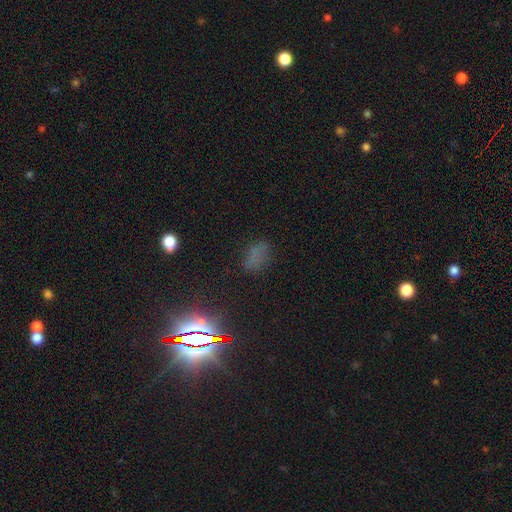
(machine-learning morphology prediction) Q: Smooth or featured?
A: smooth (53%); runner-up: star or artifact (35%)
Q: How rounded?
A: in between (83%); runner-up: round (11%)
Q: Merging?
A: none (68%); runner-up: minor disturbance (18%)